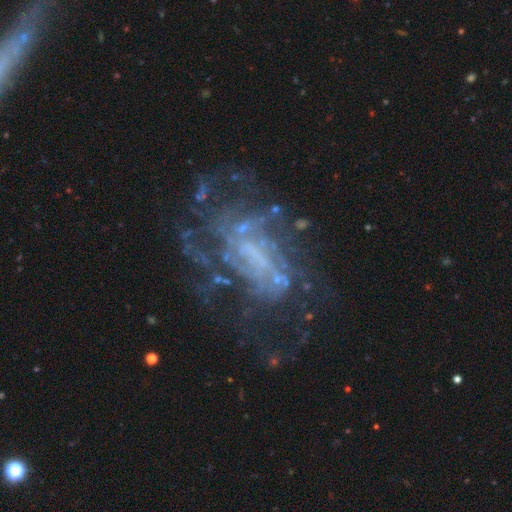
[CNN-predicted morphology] Overall: featured or disk (79%). Edge-on disk: no (96%). Bar: no (45%; weak 37%). Spiral arms: yes (75%). Spiral arm count: can't tell (54%). Spiral winding: tight (44%; medium 36%). Bulge size: none (53%; small 25%). Merging: none (52%; major disturbance 27%).